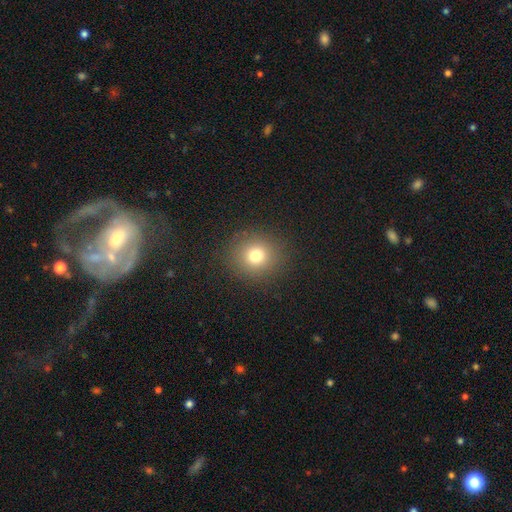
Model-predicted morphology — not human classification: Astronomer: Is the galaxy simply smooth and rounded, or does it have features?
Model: smooth — 75%.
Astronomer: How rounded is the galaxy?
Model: round — 88%.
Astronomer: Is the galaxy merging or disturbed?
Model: none — 89%.